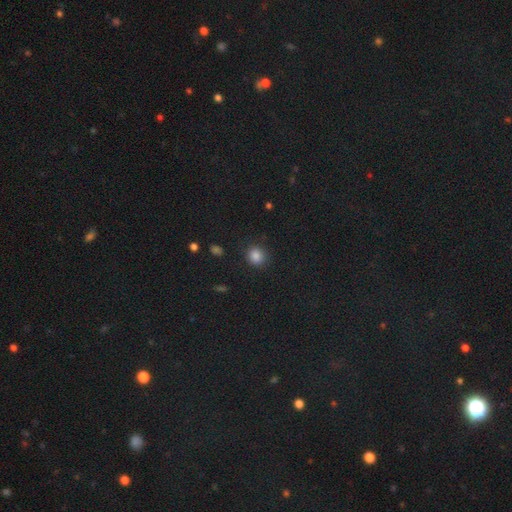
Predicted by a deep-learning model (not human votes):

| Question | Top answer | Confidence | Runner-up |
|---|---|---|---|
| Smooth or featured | smooth | 84% | star or artifact (12%) |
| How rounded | round | 82% | in between (17%) |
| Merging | none | 88% | minor disturbance (8%) |